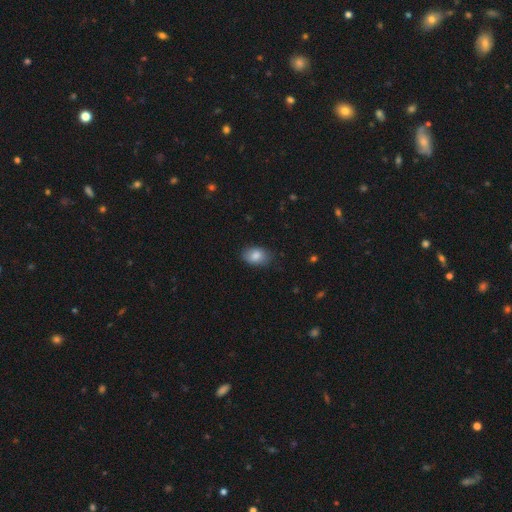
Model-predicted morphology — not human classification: Smooth or featured? Predicted: smooth (p=0.85). How rounded? Predicted: in between (p=0.84). Merging? Predicted: none (p=0.80).